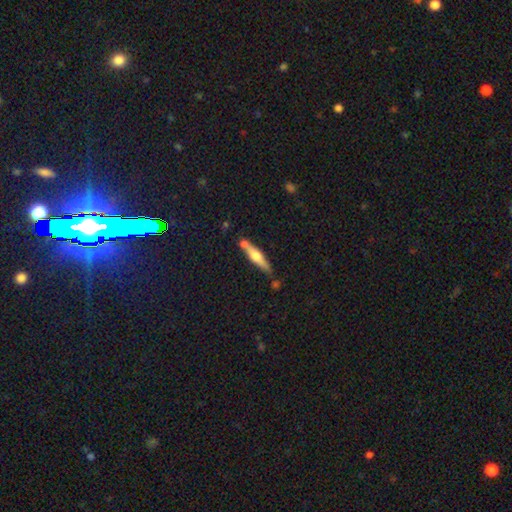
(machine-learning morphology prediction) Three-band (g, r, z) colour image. It shows a featured or disk galaxy (58%) viewed edge-on (95%) with a rounded central bulge (89%). Merging: none (72%).